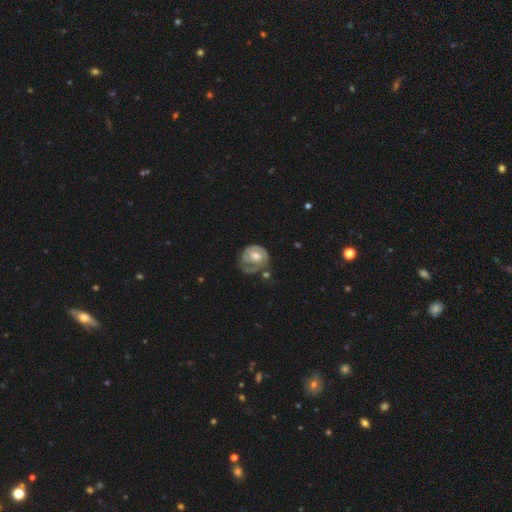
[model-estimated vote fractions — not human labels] This appears to be a featured or disk galaxy (71%) with no bar (63%), 2 (39%) tight (61%) spiral arms (80%) and a moderate central bulge (64%). Merging: none (43%).